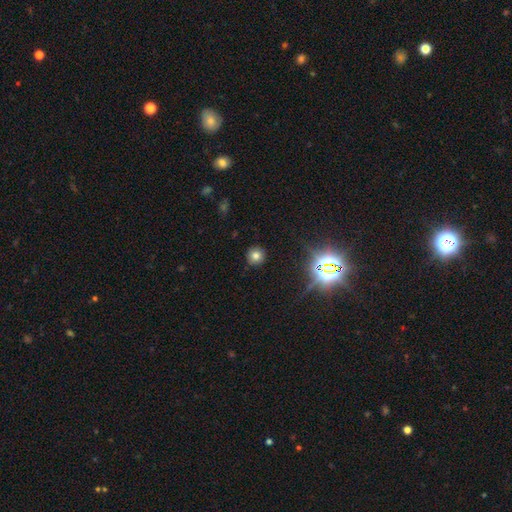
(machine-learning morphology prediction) smooth-or-featured: smooth: 72% | star or artifact: 20% | featured or disk: 8%
  how-rounded: round: 93% | in between: 6% | cigar-shaped: 1%
  merging: none: 88% | minor disturbance: 8% | major disturbance: 2% | merger: 1%